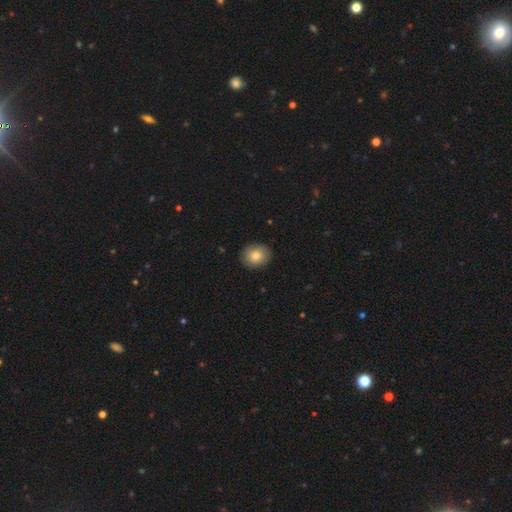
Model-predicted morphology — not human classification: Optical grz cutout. It shows a smooth galaxy with no disk features (82%) that is round (65%). Merging: none (89%).